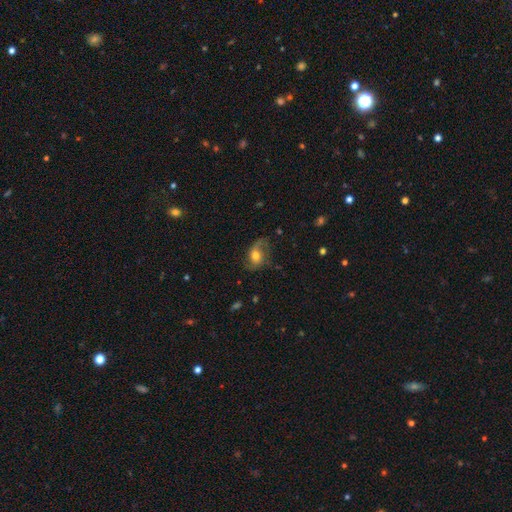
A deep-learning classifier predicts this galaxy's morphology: Smooth or featured? featured or disk (50%)
Merging? none (55%)